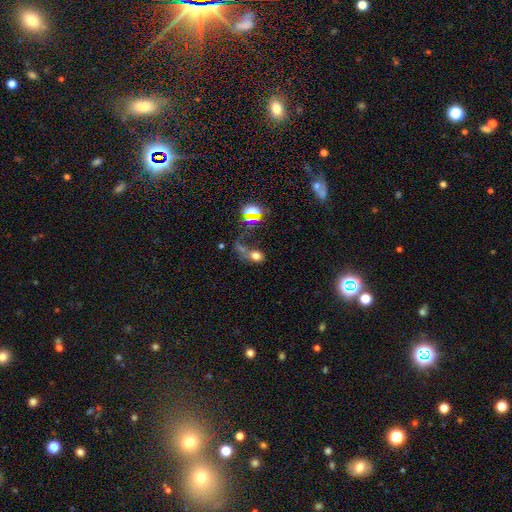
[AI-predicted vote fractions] Smooth or featured?
  - smooth: 59% *
  - star or artifact: 25%
  - featured or disk: 16%
How rounded?
  - in between: 50% *
  - round: 48%
  - cigar-shaped: 3%
Merging?
  - merger: 32% *
  - none: 29%
  - major disturbance: 26%
  - minor disturbance: 13%